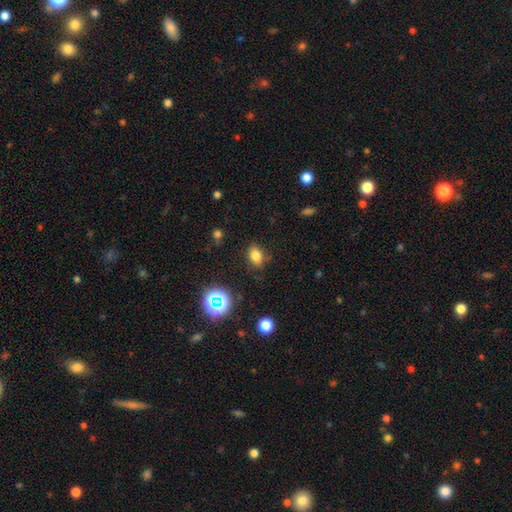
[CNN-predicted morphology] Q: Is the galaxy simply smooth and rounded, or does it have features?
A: smooth — 76%.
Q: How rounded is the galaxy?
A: in between — 76%.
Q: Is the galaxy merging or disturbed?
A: none — 82%.